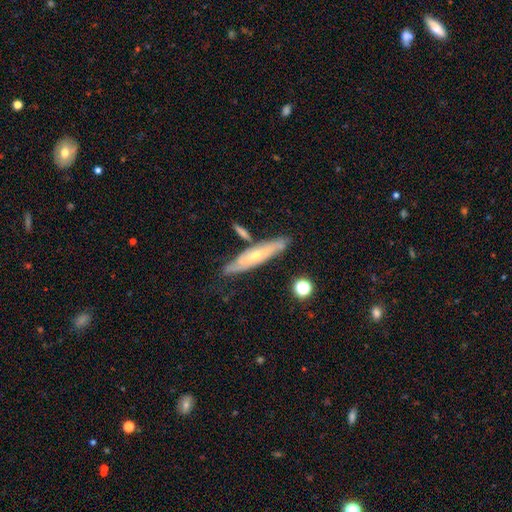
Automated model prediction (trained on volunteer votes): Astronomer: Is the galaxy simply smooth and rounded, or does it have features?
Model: featured or disk — 63%.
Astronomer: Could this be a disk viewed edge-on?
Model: yes — 56% (runner-up: no, 44%).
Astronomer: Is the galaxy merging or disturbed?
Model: none — 69%.